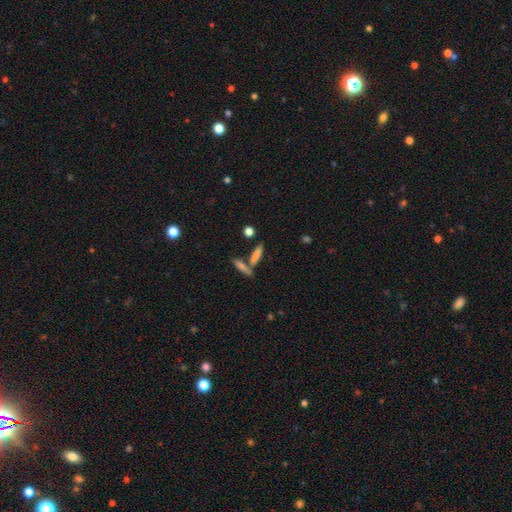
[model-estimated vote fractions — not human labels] This is likely a smooth galaxy (69%). How rounded: likely cigar-shaped (72%). Merging: possibly none (56%).